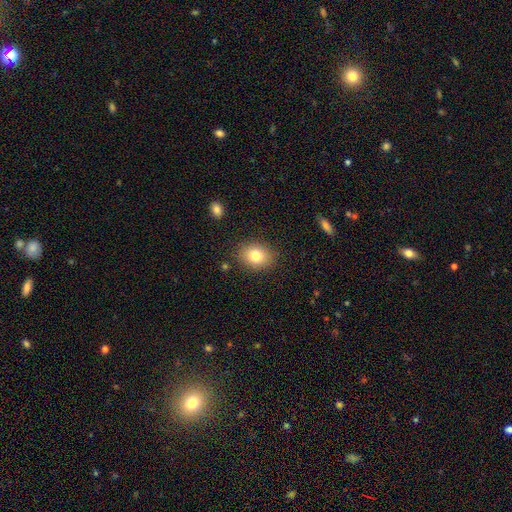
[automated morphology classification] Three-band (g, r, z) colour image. It shows a smooth galaxy with no disk features (80%) that is in between round and cigar-shaped (54%). Merging: none (86%).